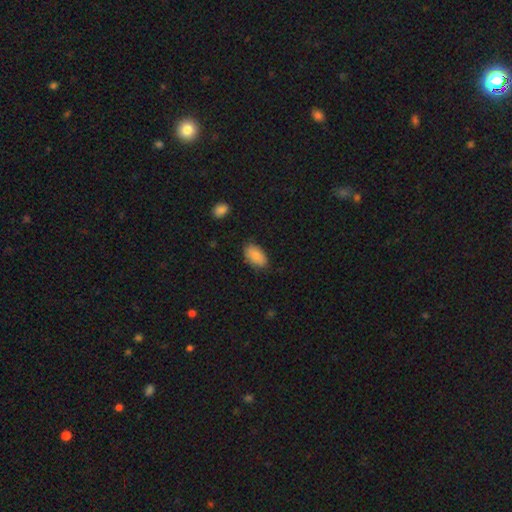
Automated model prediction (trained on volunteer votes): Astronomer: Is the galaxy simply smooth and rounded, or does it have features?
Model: smooth — 86%.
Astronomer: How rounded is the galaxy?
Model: in between — 94%.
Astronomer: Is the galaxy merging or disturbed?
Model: none — 78%.